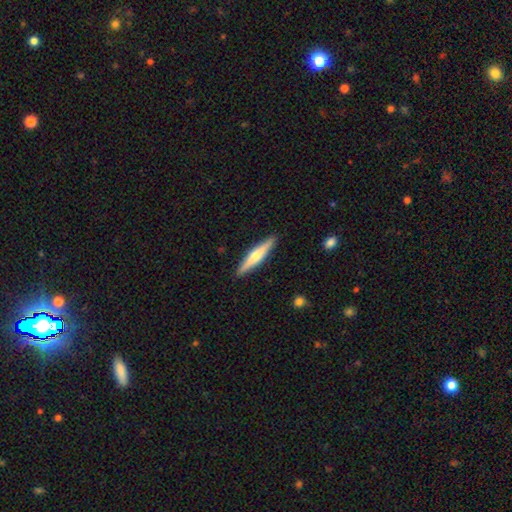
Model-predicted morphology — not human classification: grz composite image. It shows a featured or disk galaxy (57%) viewed edge-on (97%) with a rounded central bulge (83%). Merging: none (91%).